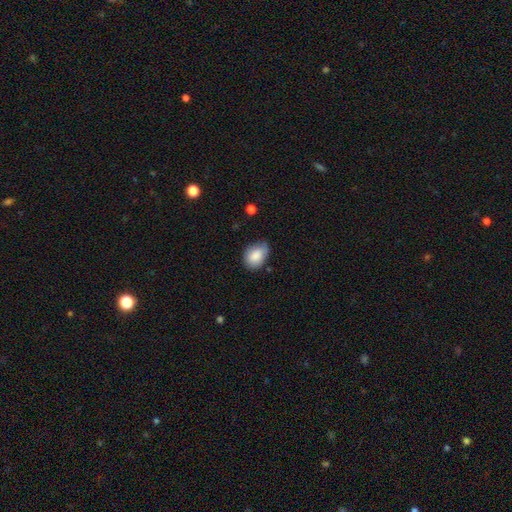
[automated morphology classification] smooth_or_featured: smooth (p=0.85) [alt: featured or disk p=0.08]
how_rounded: in between (p=0.77) [alt: round p=0.22]
merging: none (p=0.60) [alt: minor disturbance p=0.32]